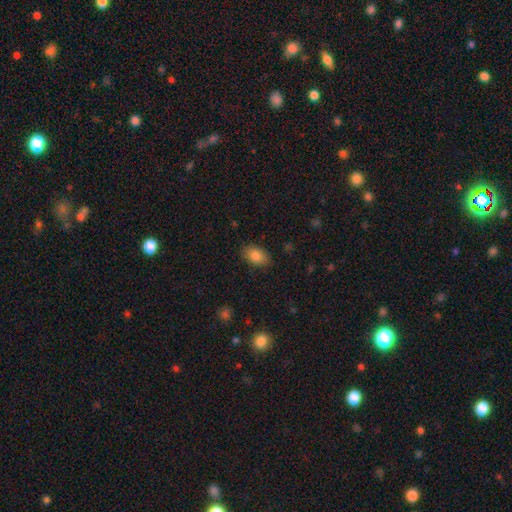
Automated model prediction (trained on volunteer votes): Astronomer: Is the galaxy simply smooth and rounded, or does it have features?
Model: smooth — 85%.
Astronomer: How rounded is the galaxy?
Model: in between — 89%.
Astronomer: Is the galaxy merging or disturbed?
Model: none — 85%.